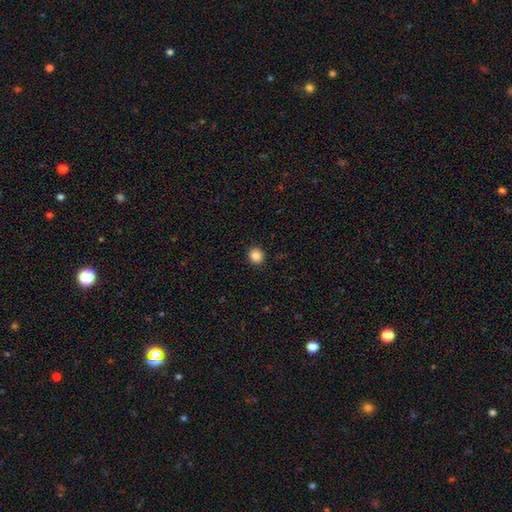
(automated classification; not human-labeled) This appears to be a smooth galaxy with no disk features (87%) that is round (85%). Merging: none (92%).